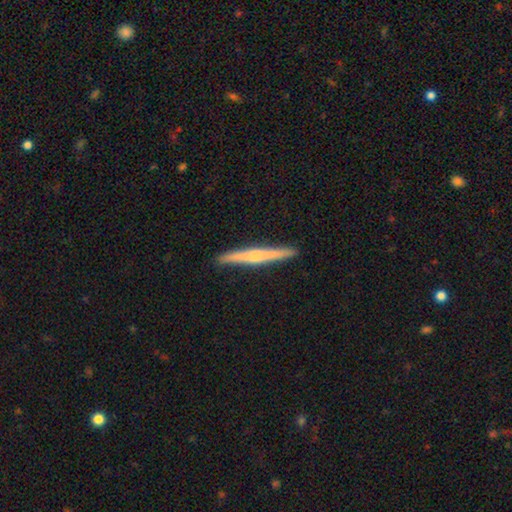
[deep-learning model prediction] Smooth or featured? Predicted: featured or disk (p=0.57). Edge-on disk? Predicted: yes (p=0.98). Edge-on bulge? Predicted: rounded (p=0.63). Merging? Predicted: none (p=0.92).